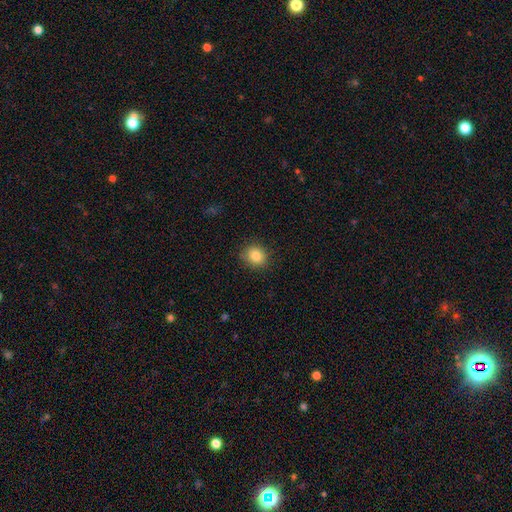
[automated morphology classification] This is clearly a smooth galaxy (84%). How rounded: likely round (74%). Merging: clearly none (86%).